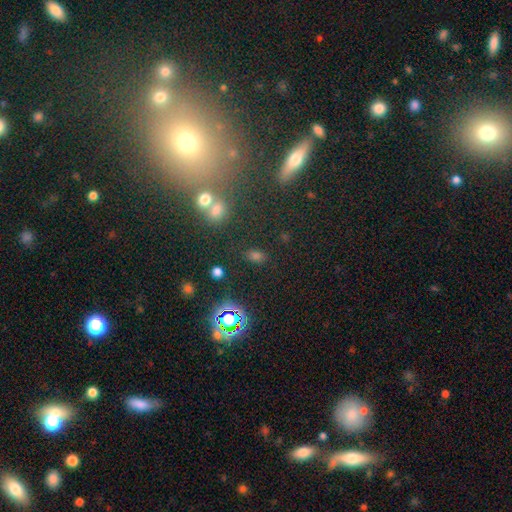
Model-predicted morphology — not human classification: Smooth or featured: smooth — 59% (star or artifact — 32%)
How rounded: in between — 72% (round — 23%)
Merging: none — 75% (minor disturbance — 11%)